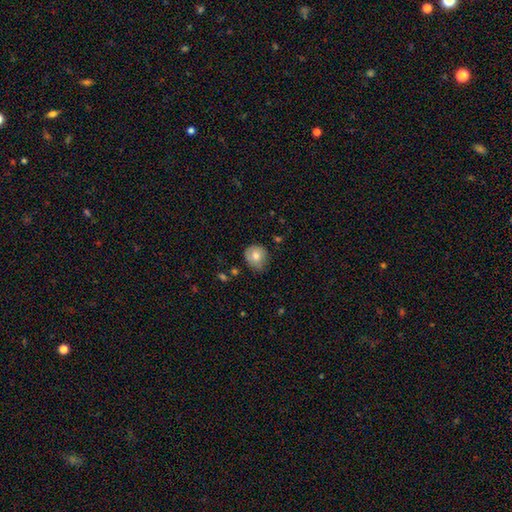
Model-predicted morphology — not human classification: A smooth galaxy with no disk features (74%) that is round (82%). Merging: none (70%).